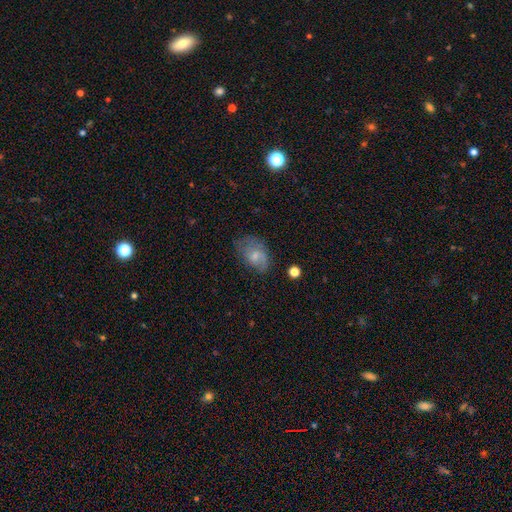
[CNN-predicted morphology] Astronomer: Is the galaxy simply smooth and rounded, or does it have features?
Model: smooth — 49% (runner-up: featured or disk, 42%).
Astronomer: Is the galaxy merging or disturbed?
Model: none — 51% (runner-up: minor disturbance, 28%).